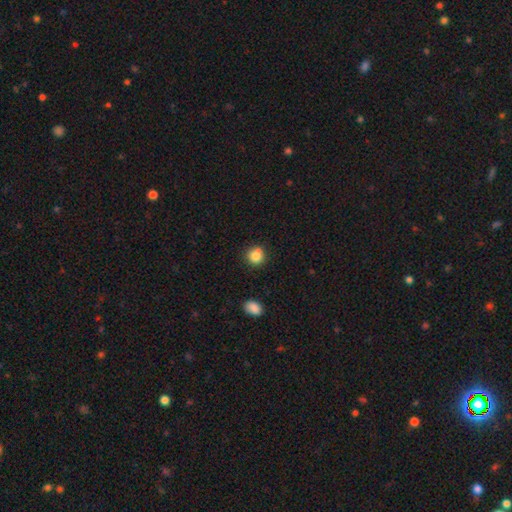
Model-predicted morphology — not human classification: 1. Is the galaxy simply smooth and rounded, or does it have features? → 84% smooth, 10% star or artifact, 6% featured or disk.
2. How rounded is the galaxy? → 86% round, 13% in between, 1% cigar-shaped.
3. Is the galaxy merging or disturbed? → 74% none, 14% minor disturbance, 8% merger, 3% major disturbance.